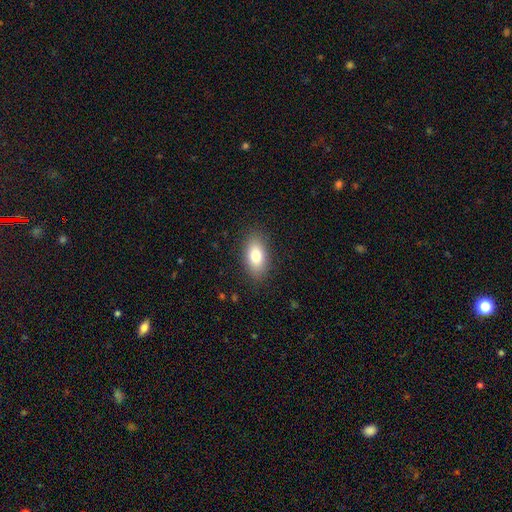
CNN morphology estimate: A smooth galaxy with no disk features (79%) that is in between round and cigar-shaped (89%).

Vote fractions:
- Smooth or featured? smooth: 79% / featured or disk: 13% / star or artifact: 8%
- How rounded? in between: 89% / round: 6% / cigar-shaped: 4%
- Merging? none: 86% / minor disturbance: 10% / major disturbance: 3% / merger: 1%